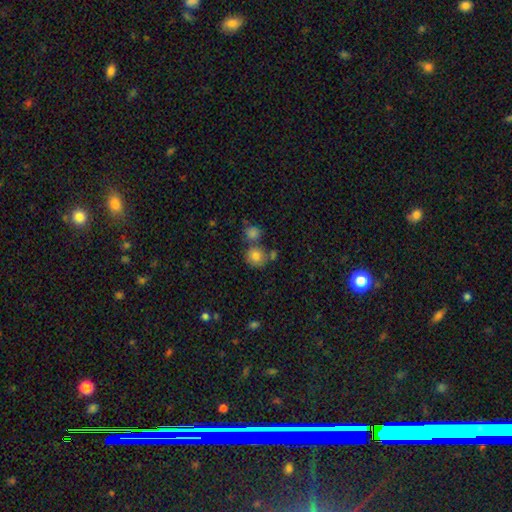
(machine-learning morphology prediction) Overall: smooth (80%). How rounded: round (86%). Merging: none (62%).